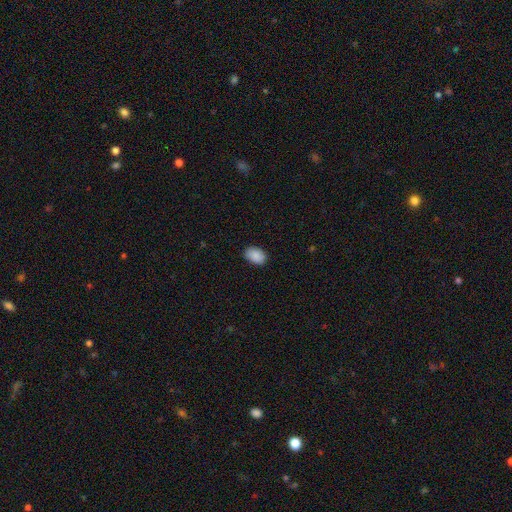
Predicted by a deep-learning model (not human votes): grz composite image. It shows a smooth galaxy with no disk features (90%) that is in between round and cigar-shaped (85%). Merging: none (87%).